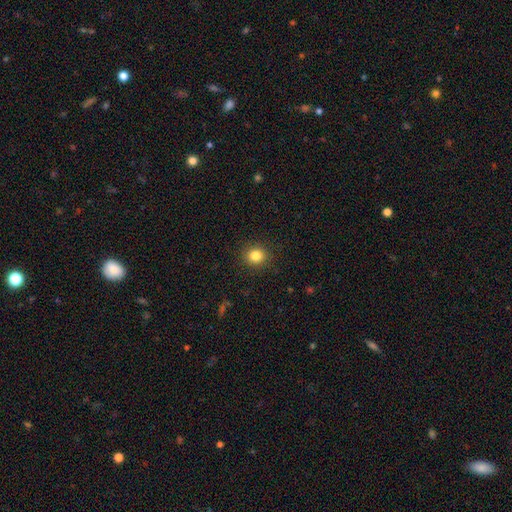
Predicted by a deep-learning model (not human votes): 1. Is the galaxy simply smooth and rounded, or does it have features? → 83% smooth, 11% star or artifact, 5% featured or disk.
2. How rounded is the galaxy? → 82% round, 17% in between, 1% cigar-shaped.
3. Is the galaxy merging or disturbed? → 90% none, 6% minor disturbance, 2% major disturbance, 1% merger.